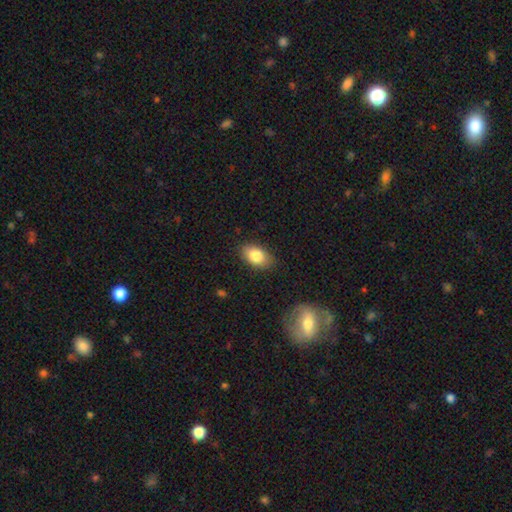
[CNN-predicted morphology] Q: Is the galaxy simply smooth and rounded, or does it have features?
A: smooth — 84%.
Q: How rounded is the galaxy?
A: in between — 90%.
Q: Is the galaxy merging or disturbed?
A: none — 83%.